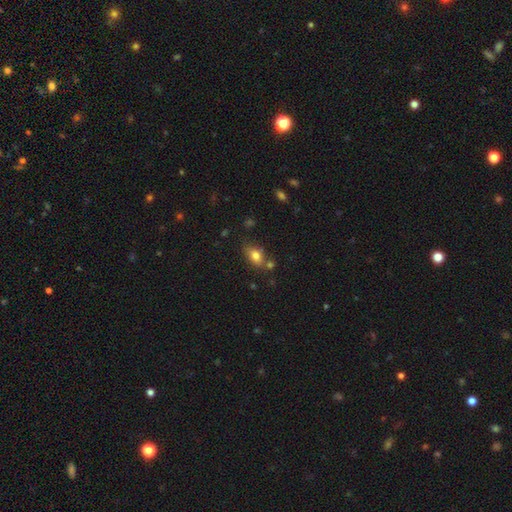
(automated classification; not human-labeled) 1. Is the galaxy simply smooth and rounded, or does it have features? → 78% smooth, 12% featured or disk, 10% star or artifact.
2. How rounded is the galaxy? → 79% in between, 17% round, 4% cigar-shaped.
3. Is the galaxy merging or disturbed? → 65% none, 17% minor disturbance, 13% merger, 5% major disturbance.